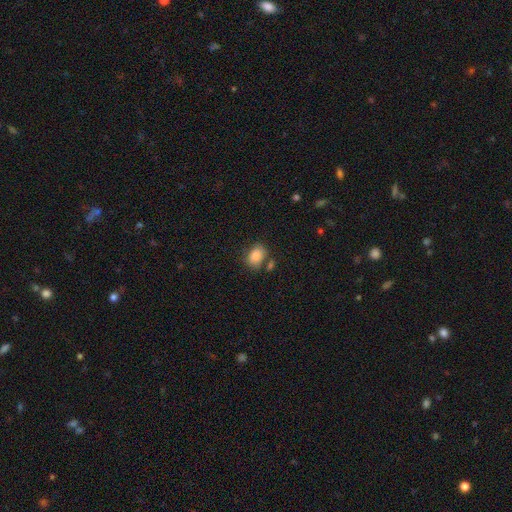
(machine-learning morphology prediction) smooth 85%, star or artifact 8%, featured or disk 7%. Down the decision tree: how rounded — in between (75%); merging — none (68%).